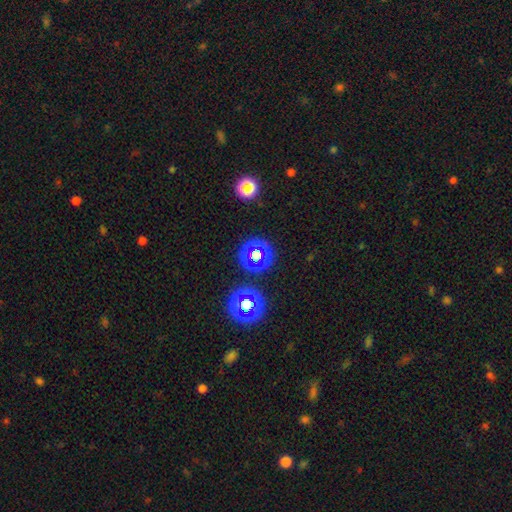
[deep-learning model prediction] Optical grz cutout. It shows a star or artifact, not a galaxy (62%).